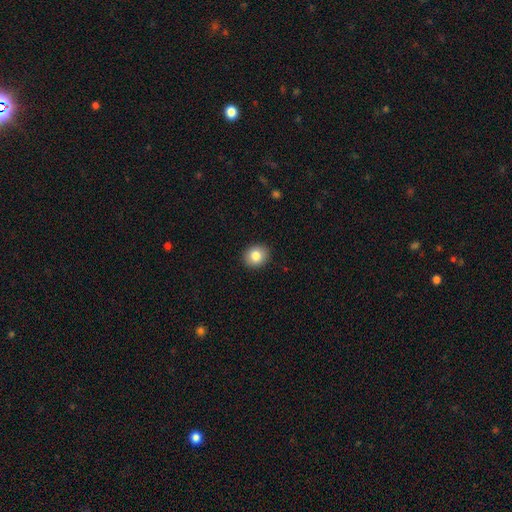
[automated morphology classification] type=smooth (83%); roundness=round (71%); merging=none (91%).